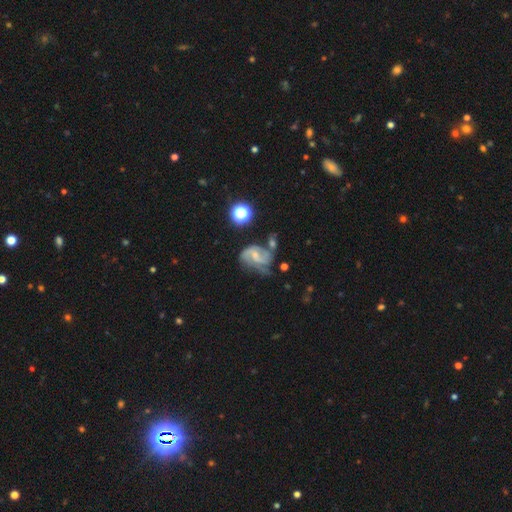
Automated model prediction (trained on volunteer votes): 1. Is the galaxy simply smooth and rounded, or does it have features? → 79% featured or disk, 12% smooth, 9% star or artifact.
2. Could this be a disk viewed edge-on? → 98% no, 2% yes.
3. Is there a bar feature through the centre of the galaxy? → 50% weak, 34% no, 16% strong.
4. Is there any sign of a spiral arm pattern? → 93% yes, 7% no.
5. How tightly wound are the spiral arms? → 50% medium, 29% loose, 21% tight.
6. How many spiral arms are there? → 67% 2, 12% can't tell, 12% 3, 5% 1, 2% 4, 2% more than 4.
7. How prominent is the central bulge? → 59% small, 31% moderate, 8% none, 2% large, 1% dominant.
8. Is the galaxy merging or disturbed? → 37% none, 26% minor disturbance, 20% major disturbance, 17% merger.